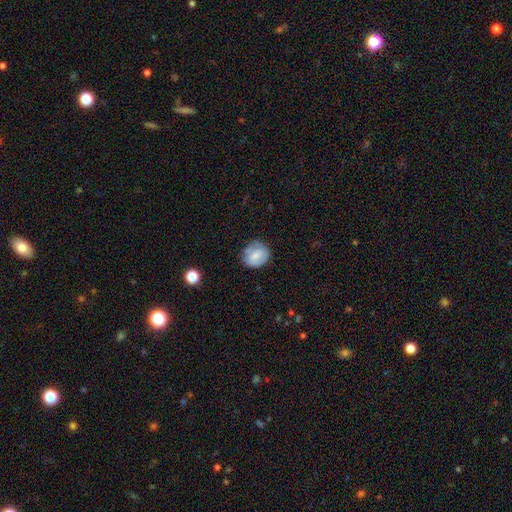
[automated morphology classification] type=smooth (66%); roundness=round (71%); merging=none (72%).